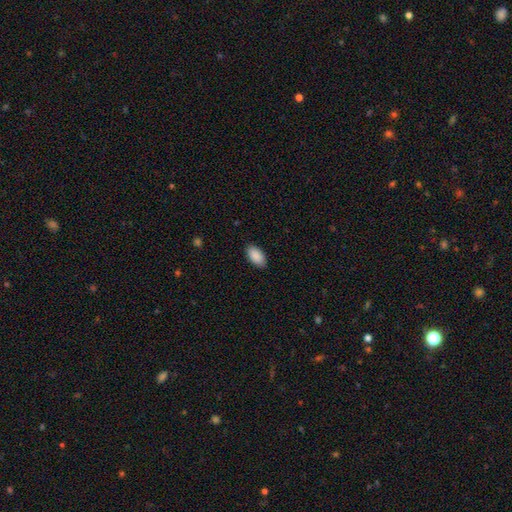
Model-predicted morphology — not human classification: This is clearly a smooth galaxy (90%). How rounded: clearly in between (95%). Merging: clearly none (88%).